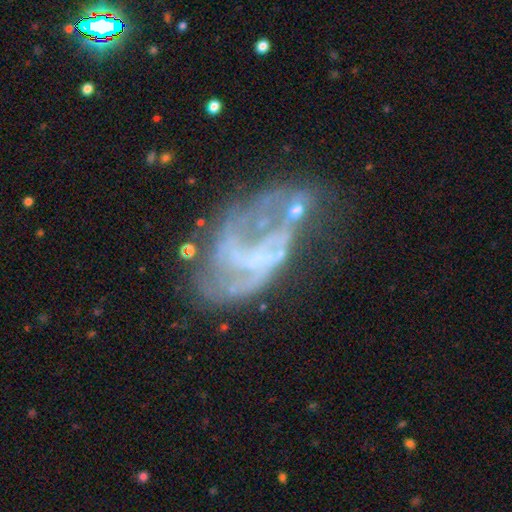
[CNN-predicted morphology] Q: Smooth or featured?
A: featured or disk (74%); runner-up: smooth (14%)
Q: Edge-on disk?
A: no (97%); runner-up: yes (3%)
Q: Bar?
A: no (60%); runner-up: weak (28%)
Q: Spiral arms?
A: yes (57%); runner-up: no (43%)
Q: Bulge size?
A: none (70%); runner-up: small (20%)
Q: Merging?
A: major disturbance (37%); runner-up: none (31%)